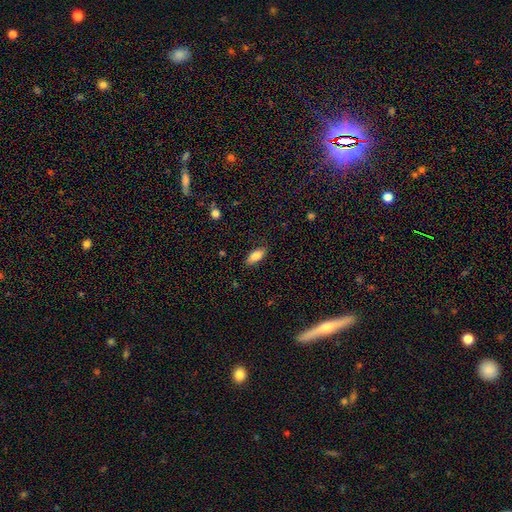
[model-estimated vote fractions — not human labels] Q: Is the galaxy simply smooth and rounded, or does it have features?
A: smooth — 83%.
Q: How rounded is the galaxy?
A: in between — 85%.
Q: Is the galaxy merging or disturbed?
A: none — 83%.